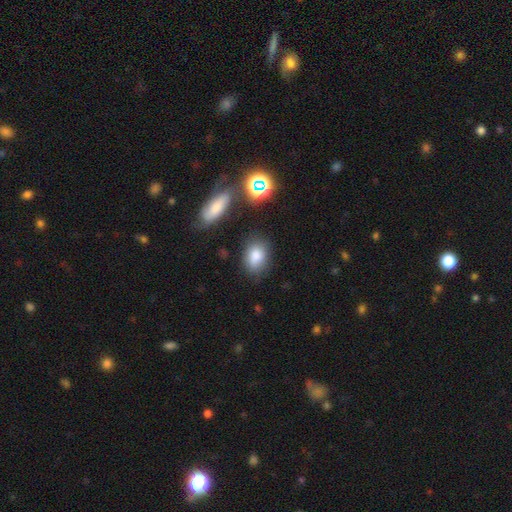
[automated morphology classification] Overall: smooth (83%). How rounded: in between (76%). Merging: none (75%).